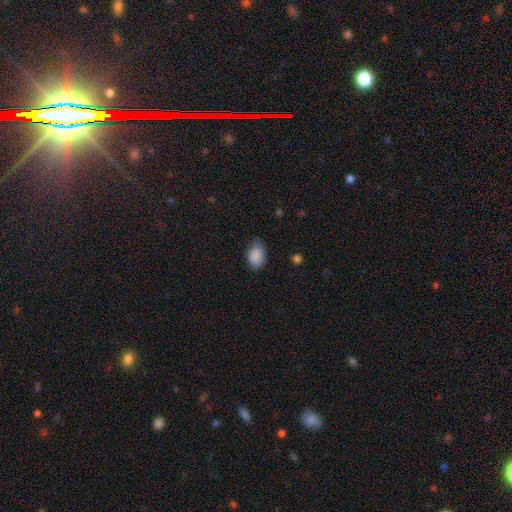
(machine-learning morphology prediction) This appears to be a smooth galaxy with no disk features (88%) that is in between round and cigar-shaped (85%). Merging: none (67%).